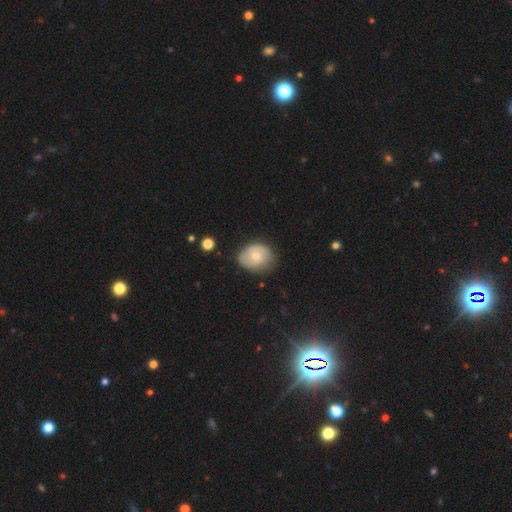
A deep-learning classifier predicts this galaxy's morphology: Q: Smooth or featured?
A: smooth (54%); runner-up: featured or disk (39%)
Q: How rounded?
A: round (52%); runner-up: in between (47%)
Q: Merging?
A: none (68%); runner-up: minor disturbance (24%)